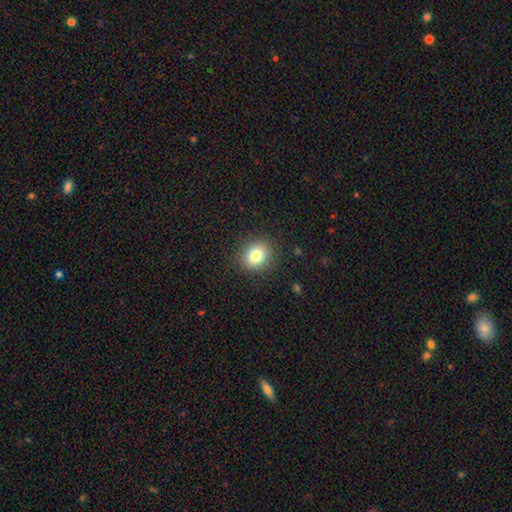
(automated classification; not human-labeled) smooth-or-featured: smooth: 80% | star or artifact: 11% | featured or disk: 9%
  how-rounded: round: 65% | in between: 34% | cigar-shaped: 1%
  merging: none: 88% | minor disturbance: 8% | major disturbance: 3% | merger: 1%